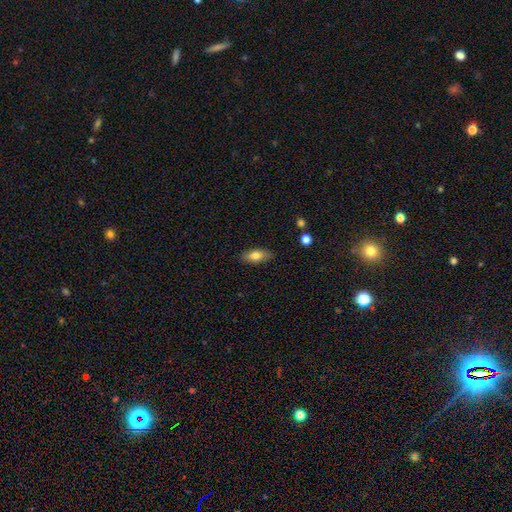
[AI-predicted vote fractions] smooth-or-featured: smooth: 78% | featured or disk: 14% | star or artifact: 7%
  how-rounded: in between: 85% | cigar-shaped: 11% | round: 4%
  merging: none: 85% | minor disturbance: 11% | major disturbance: 2% | merger: 1%